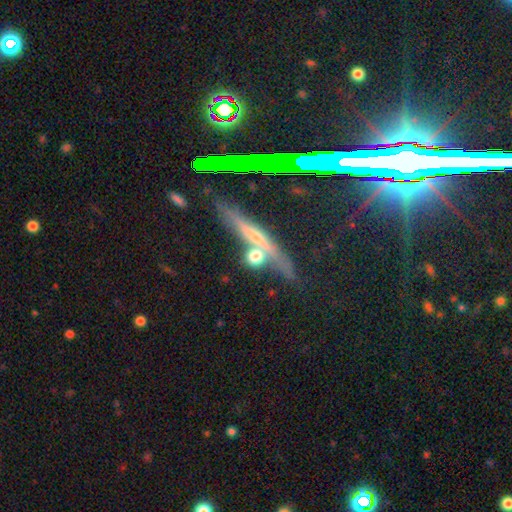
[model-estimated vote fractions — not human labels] Overall: featured or disk (47%; smooth 42%). Merging: none (55%; merger 24%).